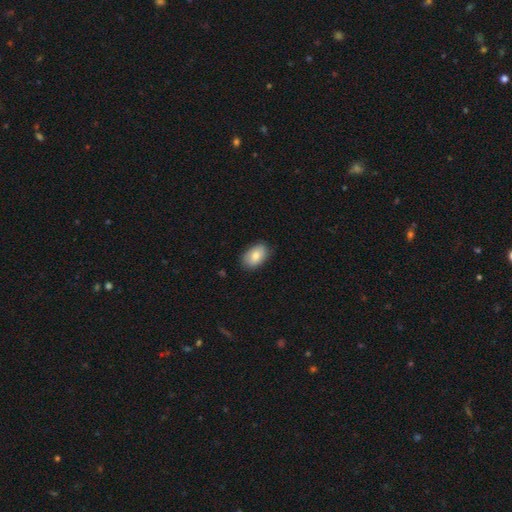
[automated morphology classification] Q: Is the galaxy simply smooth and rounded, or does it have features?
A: smooth — 81%.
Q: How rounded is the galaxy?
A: in between — 91%.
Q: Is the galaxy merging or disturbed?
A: none — 83%.